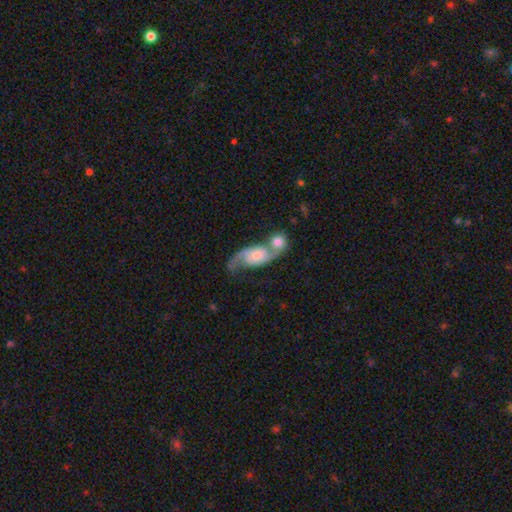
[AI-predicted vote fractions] Morphology: type=featured or disk (72%); edge-on=no (95%); bar=no (64%); spiral arms=yes (92%); winding=loose (61%); arm count=2 (86%); bulge=small (38%, tied with moderate); merging=merger (56%).